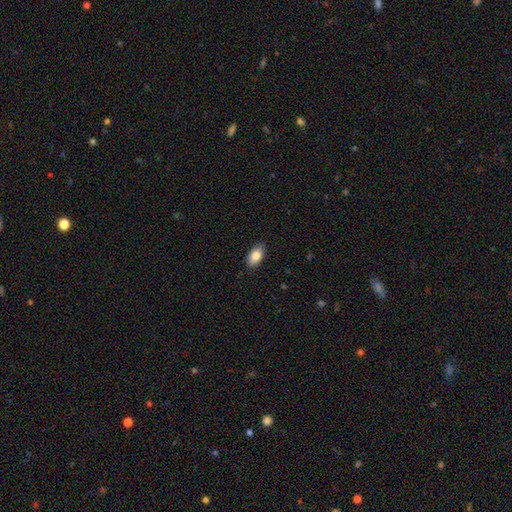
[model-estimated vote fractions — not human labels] The model was most divided on "smooth or featured": smooth: 83%, featured or disk: 10%, star or artifact: 7%. More confident: how rounded — in between (91%); merging — none (86%).